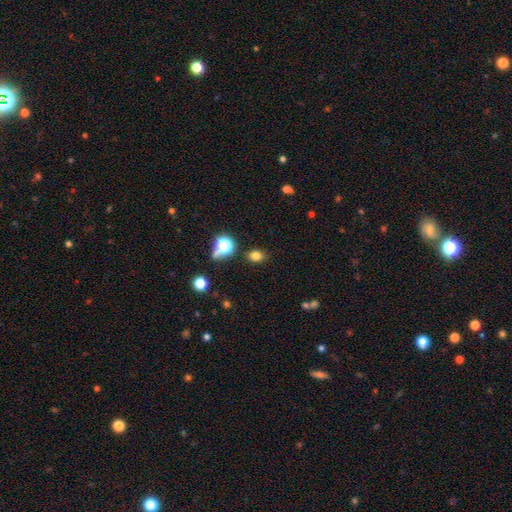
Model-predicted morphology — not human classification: Overall: smooth (76%). How rounded: round (53%; in between 46%). Merging: none (84%).